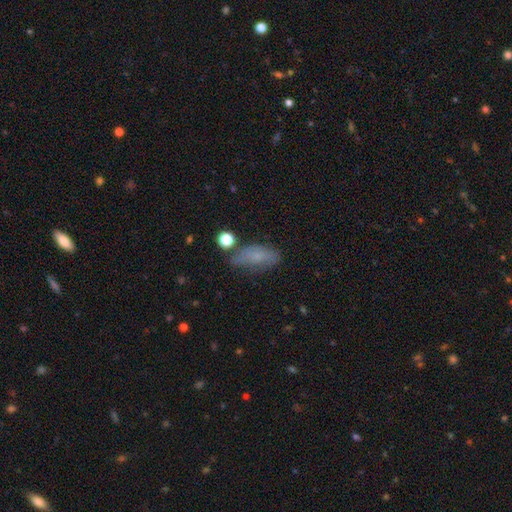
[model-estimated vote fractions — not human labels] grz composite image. It shows a smooth galaxy with no disk features (68%) that is in between round and cigar-shaped (80%). Merging: none (56%).